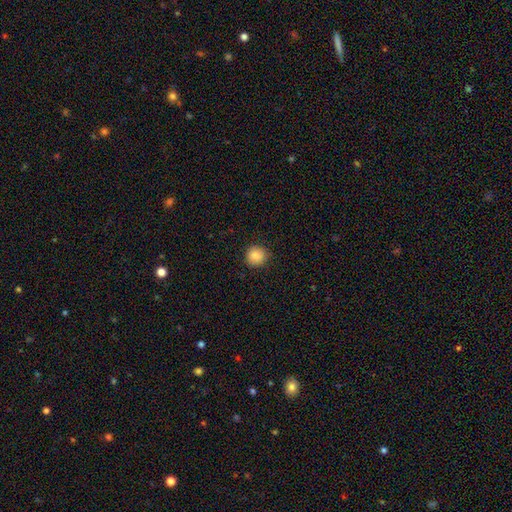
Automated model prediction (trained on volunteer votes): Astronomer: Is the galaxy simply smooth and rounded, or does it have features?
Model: smooth — 86%.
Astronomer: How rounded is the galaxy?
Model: round — 93%.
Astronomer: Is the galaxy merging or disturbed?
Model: none — 90%.